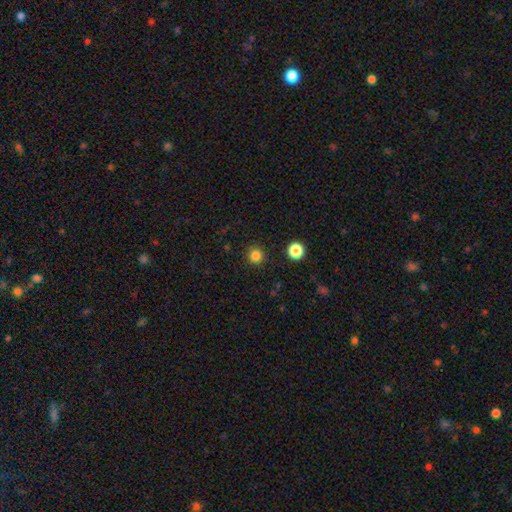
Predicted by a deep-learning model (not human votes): A smooth galaxy with no disk features (83%) that is round (95%). Merging: none (91%).